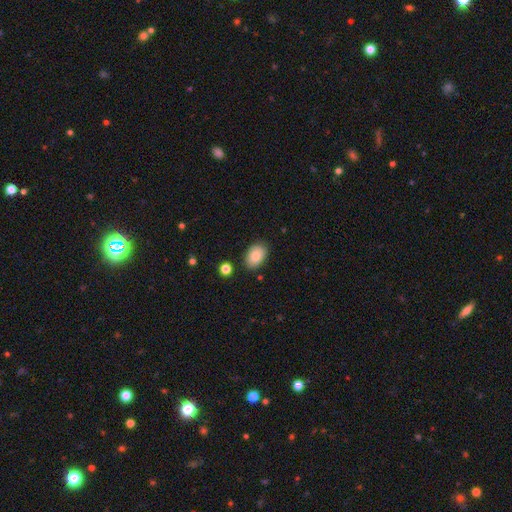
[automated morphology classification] The model was most divided on "merging": none: 82%, minor disturbance: 13%, major disturbance: 3%, merger: 2%. More confident: how rounded — in between (85%); smooth or featured — smooth (83%).